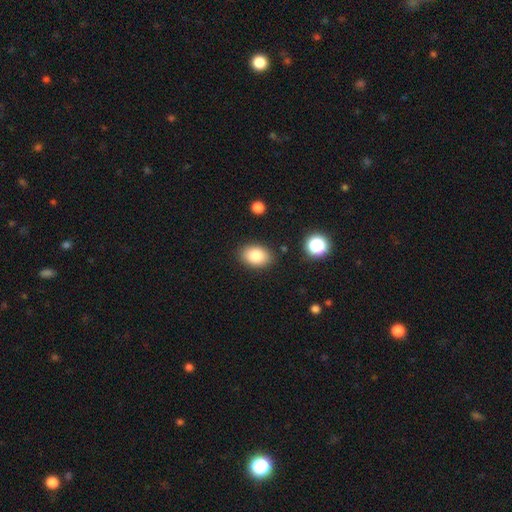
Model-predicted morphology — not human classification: smooth-or-featured: smooth: 84% | star or artifact: 9% | featured or disk: 7%
  how-rounded: in between: 81% | round: 18% | cigar-shaped: 1%
  merging: none: 86% | minor disturbance: 10% | major disturbance: 3% | merger: 2%